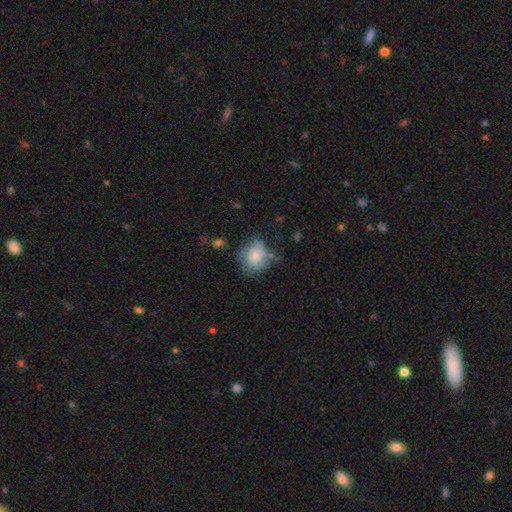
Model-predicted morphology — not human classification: Q: Smooth or featured?
A: smooth (64%); runner-up: featured or disk (28%)
Q: How rounded?
A: round (65%); runner-up: in between (34%)
Q: Merging?
A: none (44%); runner-up: minor disturbance (33%)